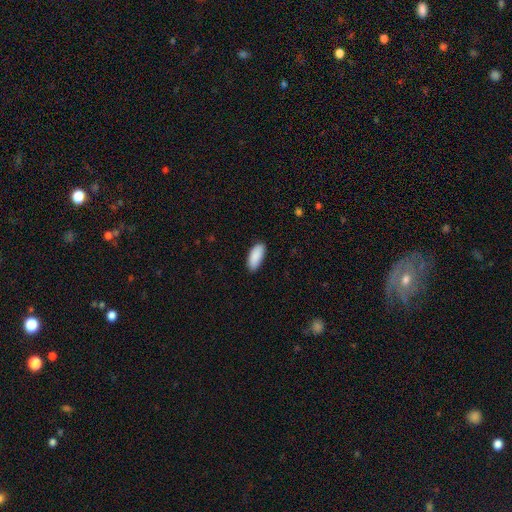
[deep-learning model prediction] Smooth or featured: smooth — 91% (star or artifact — 6%)
How rounded: in between — 88% (cigar-shaped — 11%)
Merging: none — 87% (minor disturbance — 10%)